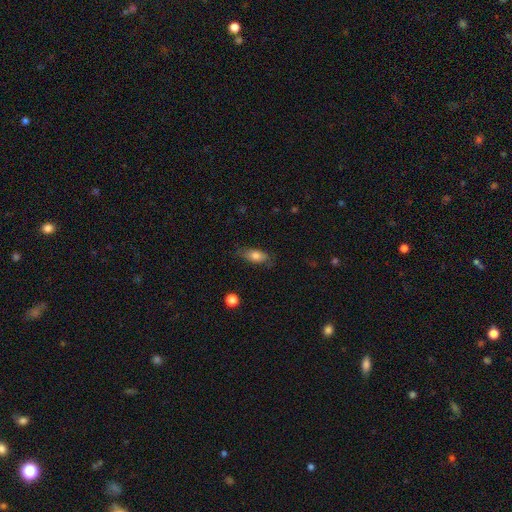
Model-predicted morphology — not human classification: Smooth or featured? Predicted: smooth (p=0.76). How rounded? Predicted: in between (p=0.82). Merging? Predicted: none (p=0.75).